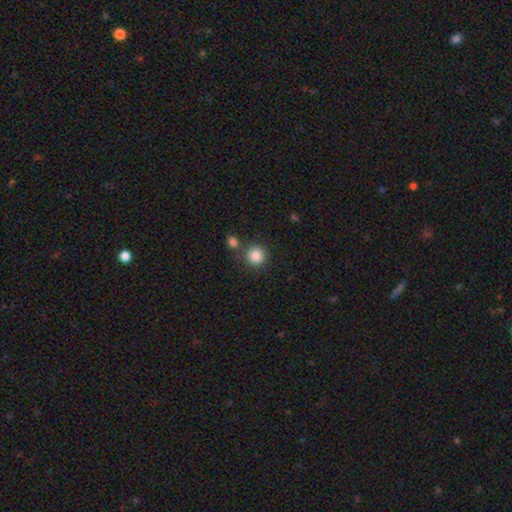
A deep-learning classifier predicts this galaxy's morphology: smooth 86%, star or artifact 9%, featured or disk 4%. Down the decision tree: how rounded — round (92%); merging — none (75%).